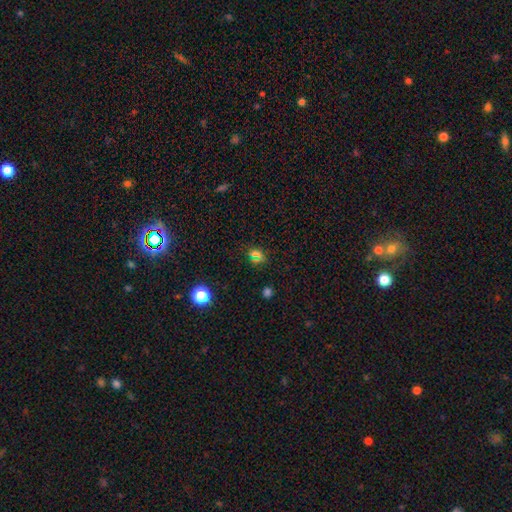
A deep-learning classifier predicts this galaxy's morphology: The model was most divided on "smooth or featured": smooth: 50%, star or artifact: 41%, featured or disk: 8%. More confident: merging — none (82%); how rounded — round (62%).